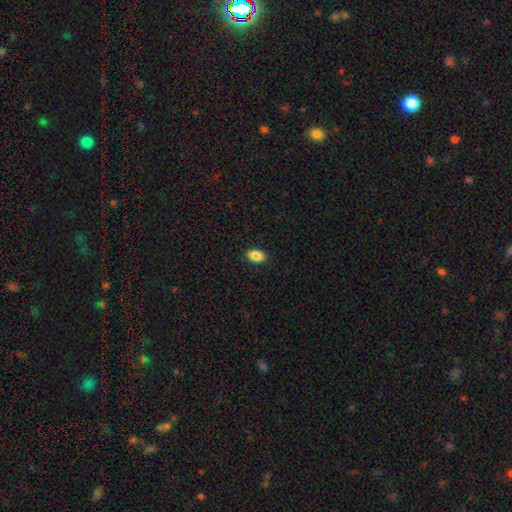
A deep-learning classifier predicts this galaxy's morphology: smooth-or-featured: smooth: 86% | star or artifact: 8% | featured or disk: 6%
  how-rounded: in between: 91% | round: 7% | cigar-shaped: 2%
  merging: none: 90% | minor disturbance: 7% | major disturbance: 2% | merger: 1%